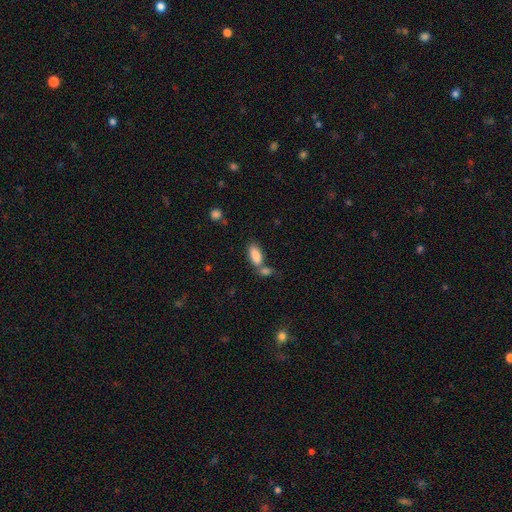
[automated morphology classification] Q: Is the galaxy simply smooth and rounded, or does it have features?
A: smooth — 86%.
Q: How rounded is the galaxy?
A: in between — 87%.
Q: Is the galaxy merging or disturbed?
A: none — 47%.